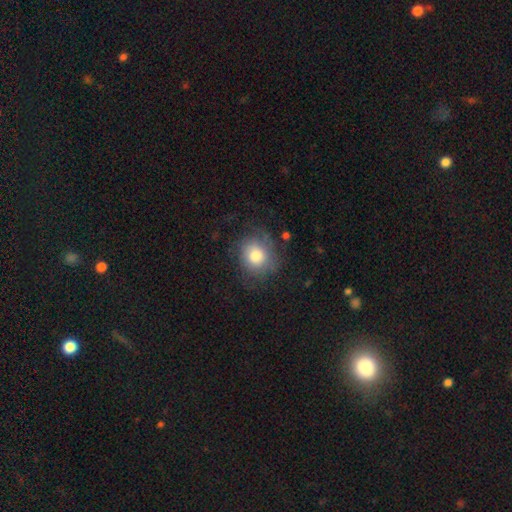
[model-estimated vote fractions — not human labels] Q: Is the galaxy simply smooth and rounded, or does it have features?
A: smooth — 74%.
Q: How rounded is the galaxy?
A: round — 75%.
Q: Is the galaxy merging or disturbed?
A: none — 66%.